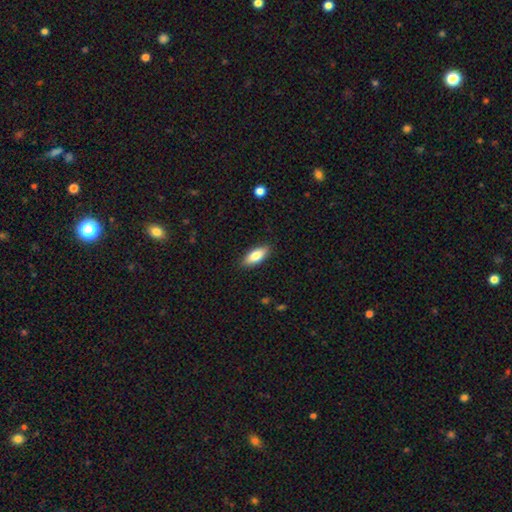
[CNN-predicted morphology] A smooth galaxy with no disk features (80%) that is in between round and cigar-shaped (79%). Merging: none (88%).